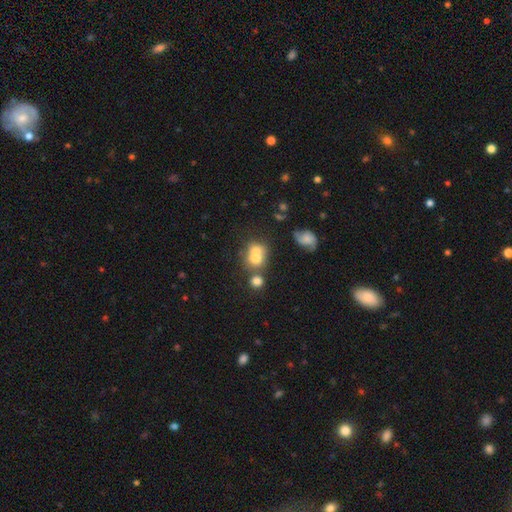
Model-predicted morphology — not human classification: Smooth or featured: smooth — 66% (featured or disk — 22%)
How rounded: round — 67% (in between — 32%)
Merging: merger — 56% (none — 30%)